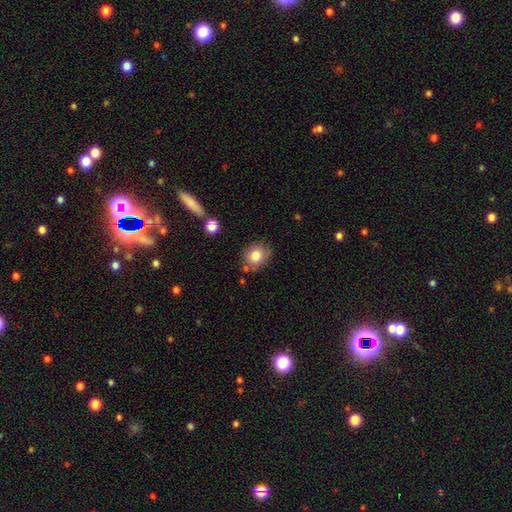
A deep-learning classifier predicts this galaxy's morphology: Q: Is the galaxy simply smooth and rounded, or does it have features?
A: smooth — 80%.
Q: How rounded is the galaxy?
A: round — 68%.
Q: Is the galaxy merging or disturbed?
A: none — 73%.